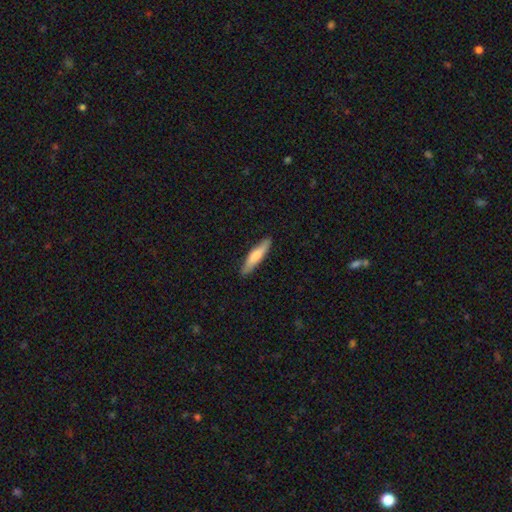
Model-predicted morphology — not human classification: Smooth or featured?
  - smooth: 70% *
  - featured or disk: 25%
  - star or artifact: 5%
How rounded?
  - cigar-shaped: 83% *
  - in between: 15%
  - round: 1%
Merging?
  - none: 88% *
  - minor disturbance: 10%
  - major disturbance: 2%
  - merger: 1%